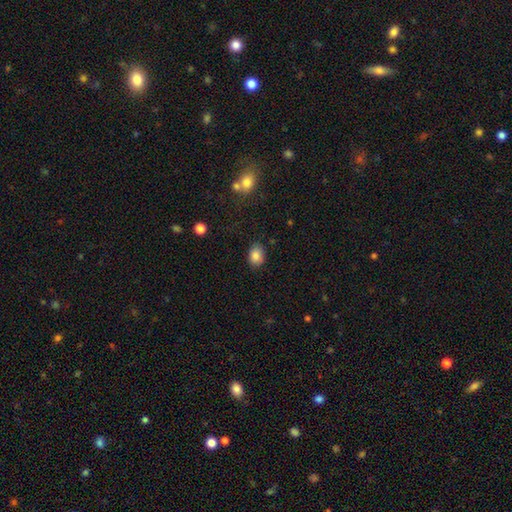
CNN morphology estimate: Smooth or featured?
  - smooth: 85% *
  - star or artifact: 9%
  - featured or disk: 6%
How rounded?
  - in between: 67% *
  - round: 32%
  - cigar-shaped: 1%
Merging?
  - none: 84% *
  - minor disturbance: 12%
  - major disturbance: 3%
  - merger: 2%